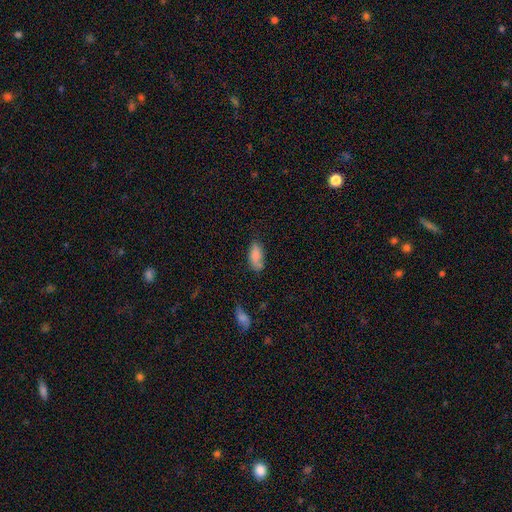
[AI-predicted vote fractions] Morphology: type=smooth (82%); roundness=in between (87%); merging=none (57%).